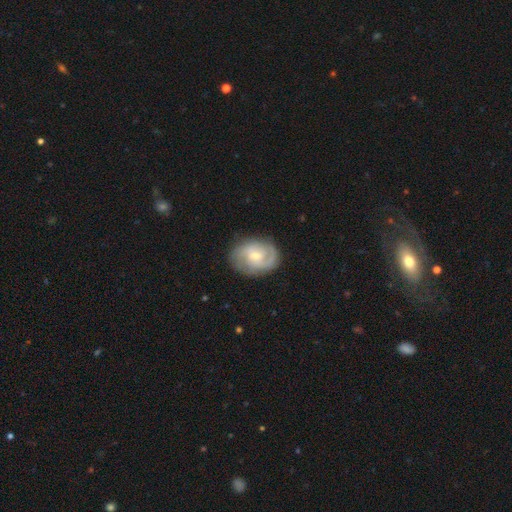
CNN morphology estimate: type=featured or disk (78%); edge-on=no (97%); bar=no (50%); spiral arms=yes (94%); winding=medium (46%); arm count=2 (62%); bulge=small (58%); merging=none (79%).